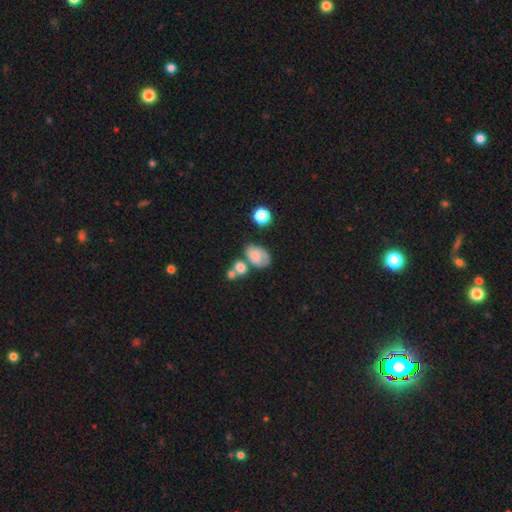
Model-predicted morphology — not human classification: smooth-or-featured: smooth: 63% | featured or disk: 27% | star or artifact: 10%
  how-rounded: in between: 80% | round: 19% | cigar-shaped: 1%
  merging: none: 39% | merger: 25% | minor disturbance: 25% | major disturbance: 12%